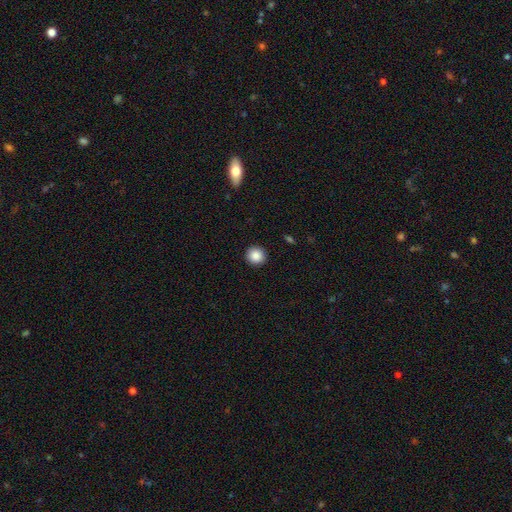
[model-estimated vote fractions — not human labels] A smooth galaxy with no disk features (88%) that is round (94%).

Vote fractions:
- Smooth or featured? smooth: 88% / star or artifact: 9% / featured or disk: 3%
- How rounded? round: 94% / in between: 5% / cigar-shaped: 1%
- Merging? none: 93% / minor disturbance: 5% / major disturbance: 2% / merger: 1%